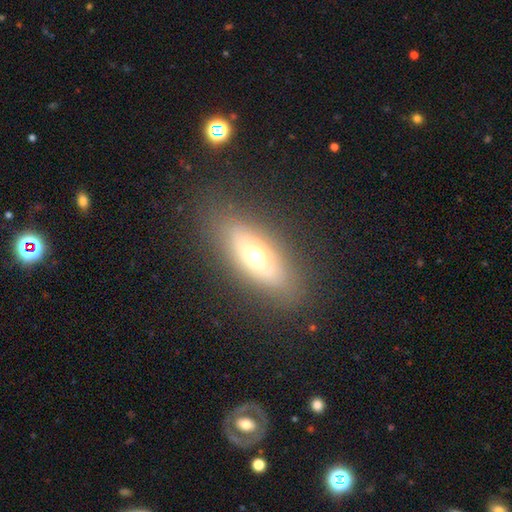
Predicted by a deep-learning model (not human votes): The model was most divided on "smooth or featured": smooth: 52%, featured or disk: 38%, star or artifact: 9%. More confident: merging — none (83%); how rounded — in between (66%).